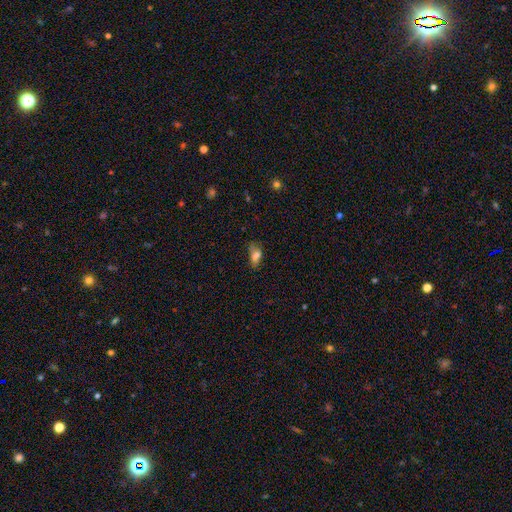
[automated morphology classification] Smooth or featured: smooth — 70% (featured or disk — 15%)
How rounded: in between — 82% (cigar-shaped — 10%)
Merging: none — 45% (minor disturbance — 31%)